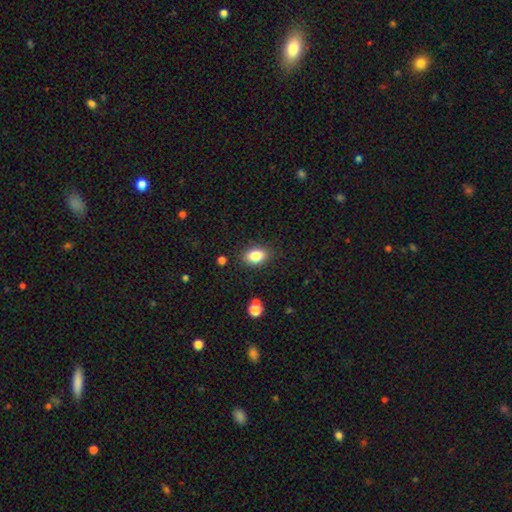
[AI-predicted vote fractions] smooth_or_featured: smooth (p=0.84) [alt: star or artifact p=0.09]
how_rounded: in between (p=0.80) [alt: round p=0.19]
merging: none (p=0.85) [alt: minor disturbance p=0.11]